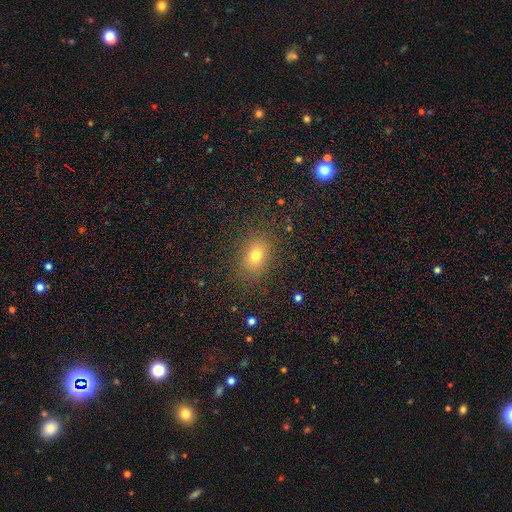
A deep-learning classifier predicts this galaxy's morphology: Overall: smooth (75%). How rounded: in between (65%; round 34%). Merging: none (85%).